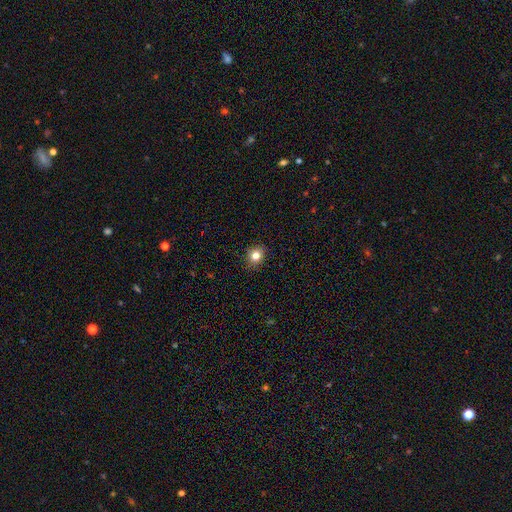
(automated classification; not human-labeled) Morphology: type=smooth (81%); roundness=round (71%); merging=none (89%).